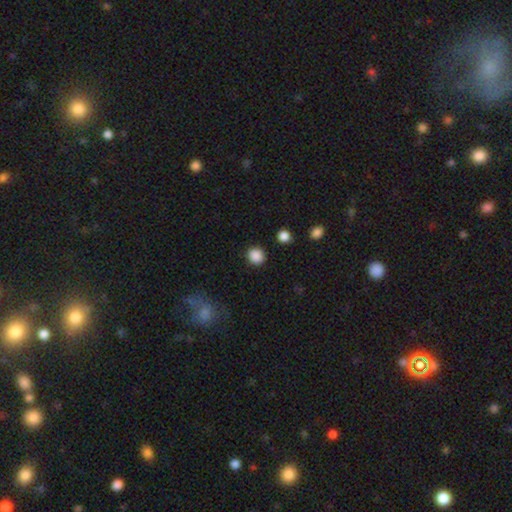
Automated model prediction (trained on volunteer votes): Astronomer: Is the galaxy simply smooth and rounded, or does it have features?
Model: smooth — 88%.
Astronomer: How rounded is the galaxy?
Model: round — 86%.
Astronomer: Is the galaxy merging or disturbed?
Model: none — 89%.